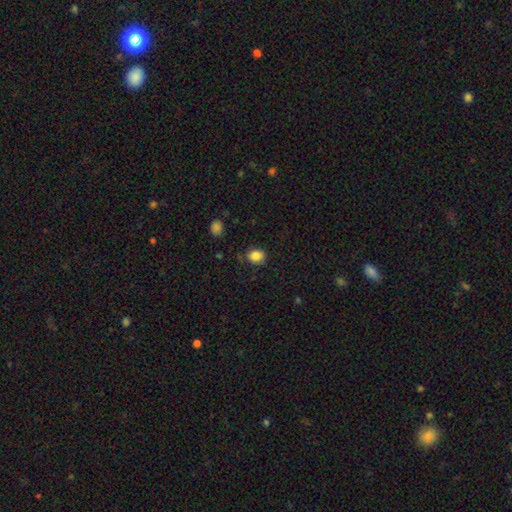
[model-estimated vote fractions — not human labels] This is clearly a smooth galaxy (86%). How rounded: possibly round (60%). Merging: likely none (79%).